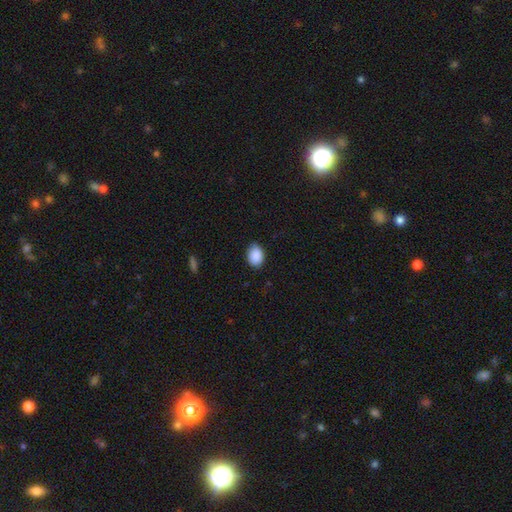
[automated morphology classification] type=smooth (90%); roundness=in between (75%); merging=none (81%).